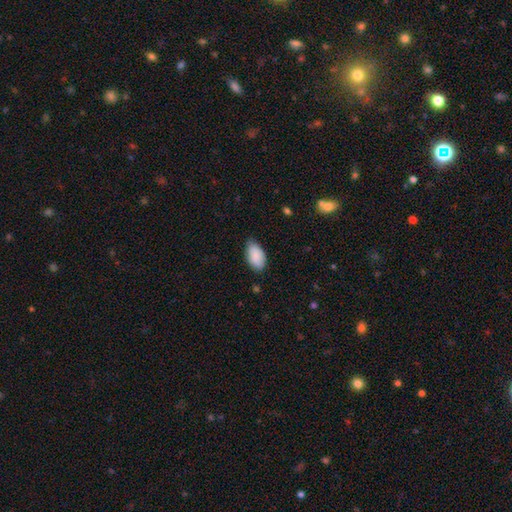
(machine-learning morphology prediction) Overall: smooth (89%). How rounded: in between (95%). Merging: none (75%).